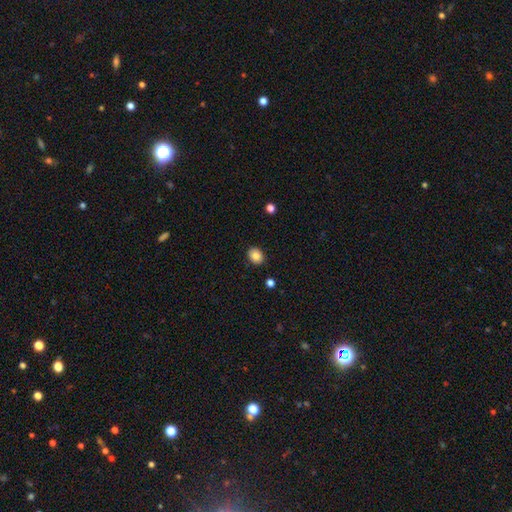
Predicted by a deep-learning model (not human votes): The model was most divided on "how rounded" (2-way tie): in between: 50%, round: 50%, cigar-shaped: 1%. More confident: merging — none (89%); smooth or featured — smooth (84%).